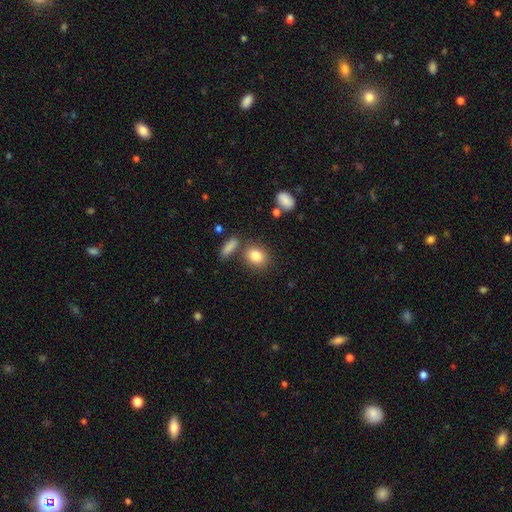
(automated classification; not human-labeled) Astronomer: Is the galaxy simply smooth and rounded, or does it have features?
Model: smooth — 84%.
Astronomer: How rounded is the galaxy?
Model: round — 49% (runner-up: in between, 48%).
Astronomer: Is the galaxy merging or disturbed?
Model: none — 74%.